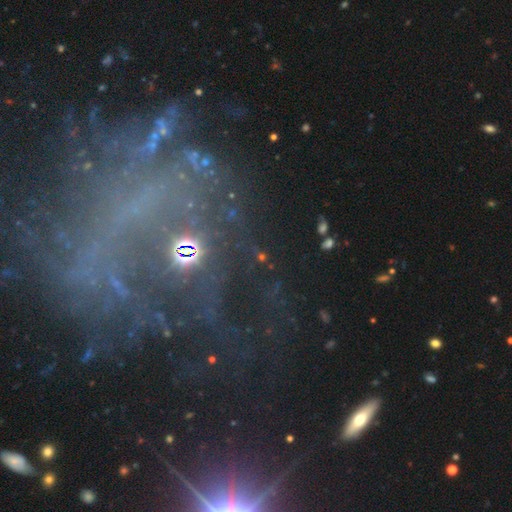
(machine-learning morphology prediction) Smooth or featured: featured or disk — 48% (star or artifact — 38%)
Merging: none — 54% (major disturbance — 25%)